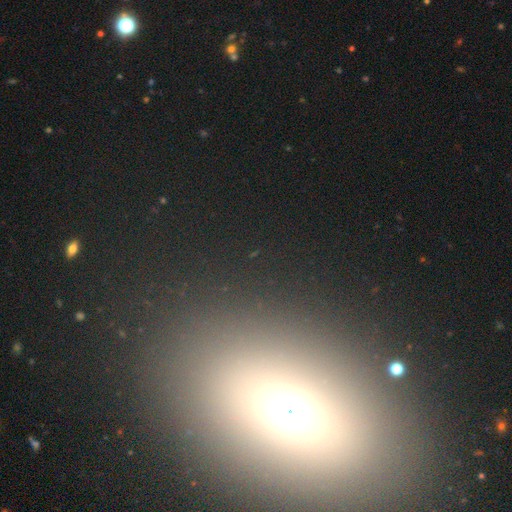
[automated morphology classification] smooth_or_featured: smooth (p=0.52) [alt: star or artifact p=0.31]
how_rounded: in between (p=0.65) [alt: round p=0.30]
merging: none (p=0.85) [alt: minor disturbance p=0.09]